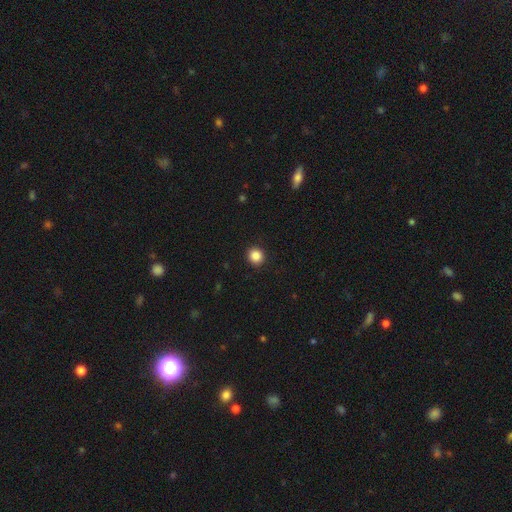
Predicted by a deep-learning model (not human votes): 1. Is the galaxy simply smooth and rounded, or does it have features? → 87% smooth, 10% star or artifact, 3% featured or disk.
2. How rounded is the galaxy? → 91% round, 8% in between, 1% cigar-shaped.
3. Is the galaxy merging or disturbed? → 93% none, 5% minor disturbance, 2% major disturbance, 1% merger.